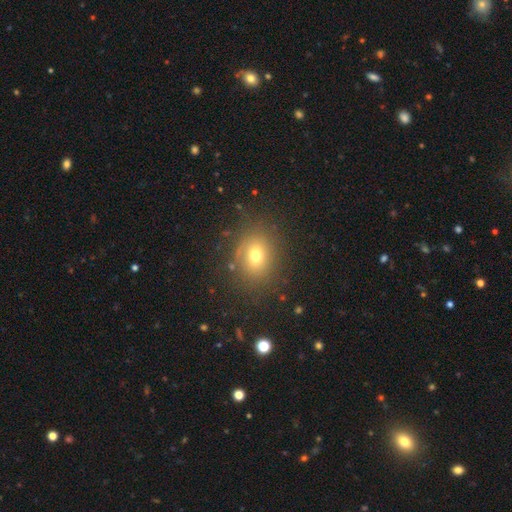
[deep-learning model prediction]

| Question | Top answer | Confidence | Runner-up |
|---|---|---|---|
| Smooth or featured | smooth | 70% | star or artifact (16%) |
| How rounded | round | 53% | in between (46%) |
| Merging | none | 81% | minor disturbance (12%) |